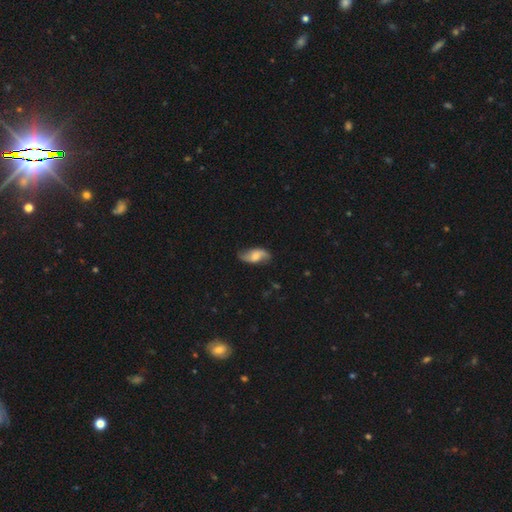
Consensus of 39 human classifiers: A featured or disk galaxy (67%) with no bar (59%), 2 (90%) loose (85%) spiral arms (91%) and a moderate central bulge (36%). Merging: none (72%).